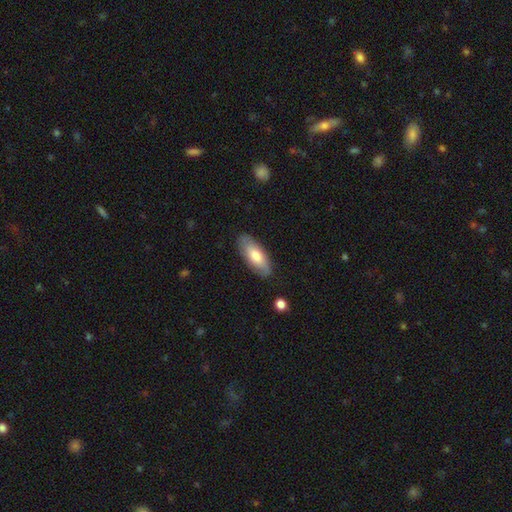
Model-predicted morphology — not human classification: The model was most divided on "smooth or featured": smooth: 71%, featured or disk: 24%, star or artifact: 5%. More confident: merging — none (84%); how rounded — in between (82%).